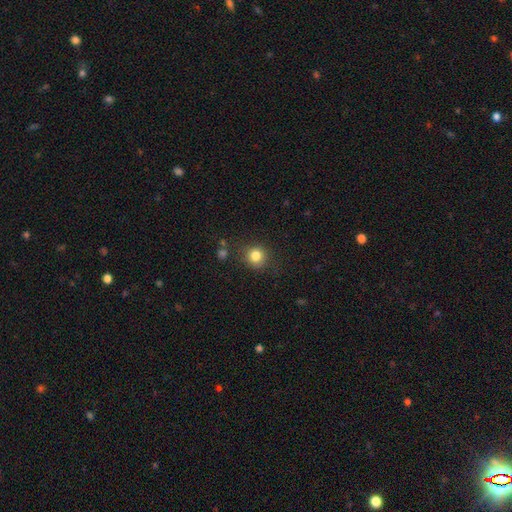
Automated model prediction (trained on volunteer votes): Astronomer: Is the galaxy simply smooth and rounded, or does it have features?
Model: smooth — 82%.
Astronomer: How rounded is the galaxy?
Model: round — 87%.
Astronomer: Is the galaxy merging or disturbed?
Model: none — 83%.